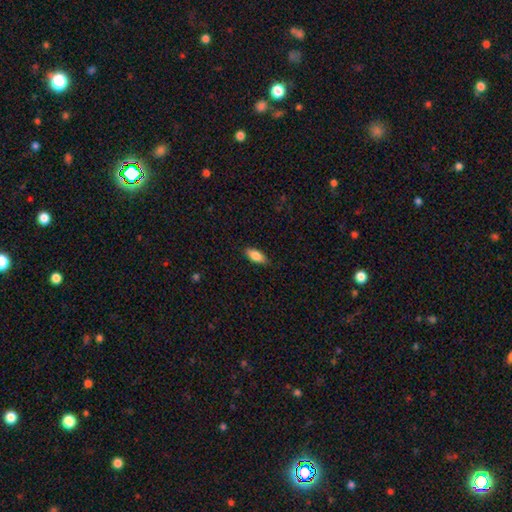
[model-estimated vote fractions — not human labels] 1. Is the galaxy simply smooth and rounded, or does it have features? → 83% smooth, 10% featured or disk, 7% star or artifact.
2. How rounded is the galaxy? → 83% in between, 14% cigar-shaped, 2% round.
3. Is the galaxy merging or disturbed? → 85% none, 11% minor disturbance, 2% major disturbance, 1% merger.